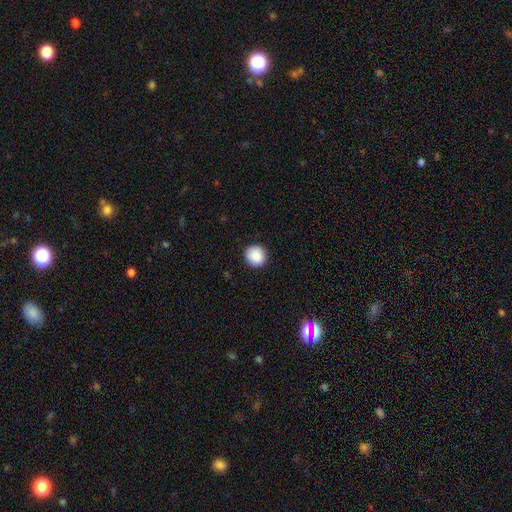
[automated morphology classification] A smooth galaxy with no disk features (89%) that is round (92%).

Vote fractions:
- Smooth or featured? smooth: 89% / star or artifact: 8% / featured or disk: 3%
- How rounded? round: 92% / in between: 7% / cigar-shaped: 1%
- Merging? none: 92% / minor disturbance: 5% / major disturbance: 2% / merger: 1%